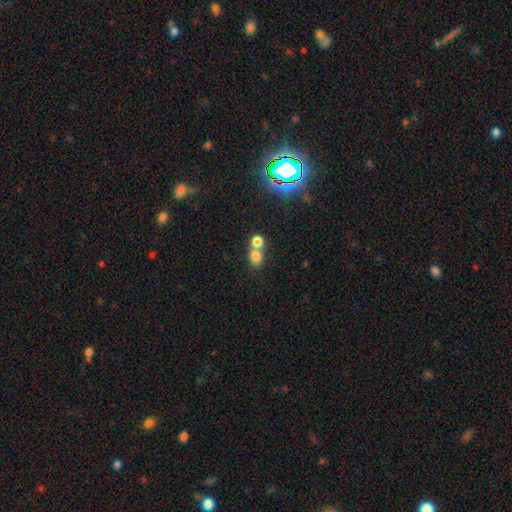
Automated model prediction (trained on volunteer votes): smooth 78%, star or artifact 13%, featured or disk 9%. Down the decision tree: how rounded — round (66%); merging — merger (55%).